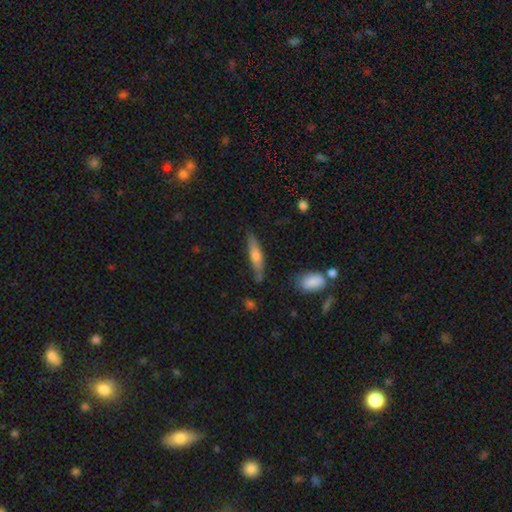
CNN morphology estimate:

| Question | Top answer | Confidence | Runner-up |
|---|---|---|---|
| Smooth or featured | smooth | 50% | featured or disk (44%) |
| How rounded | cigar-shaped | 80% | in between (18%) |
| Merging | none | 80% | minor disturbance (14%) |